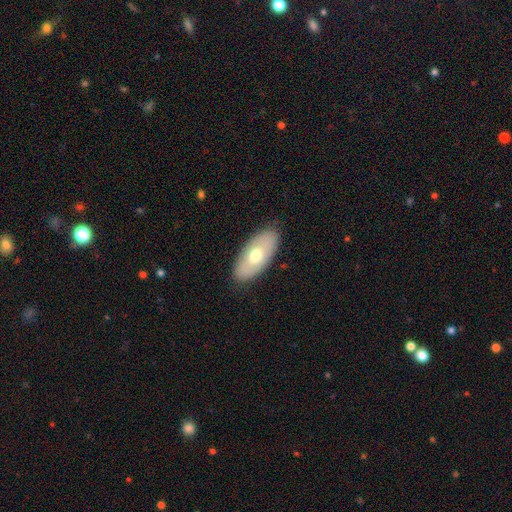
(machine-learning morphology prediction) This appears to be a smooth galaxy with no disk features (57%) that is in between round and cigar-shaped (91%). Merging: none (85%).